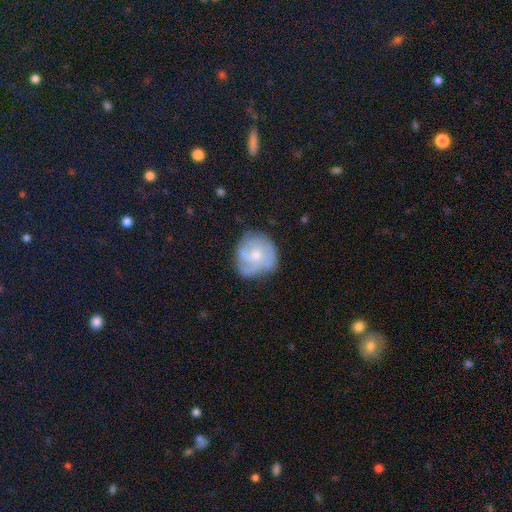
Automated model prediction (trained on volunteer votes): This appears to be a featured or disk galaxy (60%) with no bar (78%), spiral arms (76%) and a moderate central bulge (50%). Merging: none (61%).